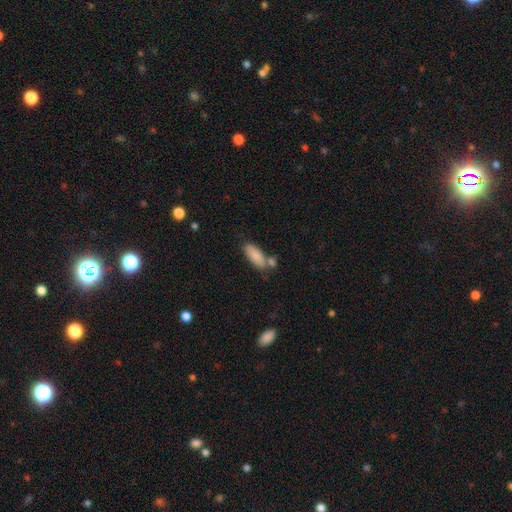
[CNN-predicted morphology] smooth_or_featured: smooth (p=0.86) [alt: featured or disk p=0.08]
how_rounded: in between (p=0.76) [alt: cigar-shaped p=0.22]
merging: none (p=0.60) [alt: merger p=0.21]